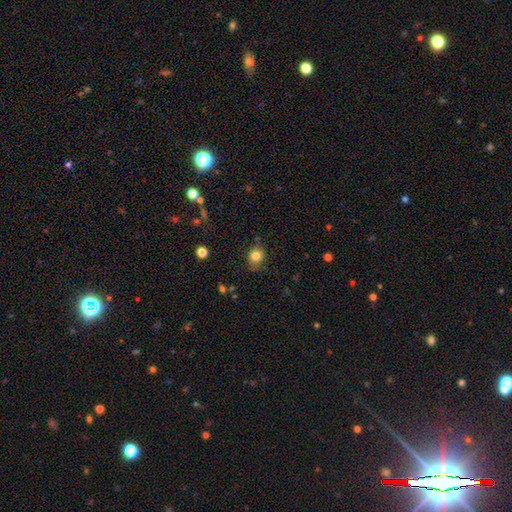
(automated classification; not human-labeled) Morphology: type=smooth (83%); roundness=round (73%); merging=none (74%).